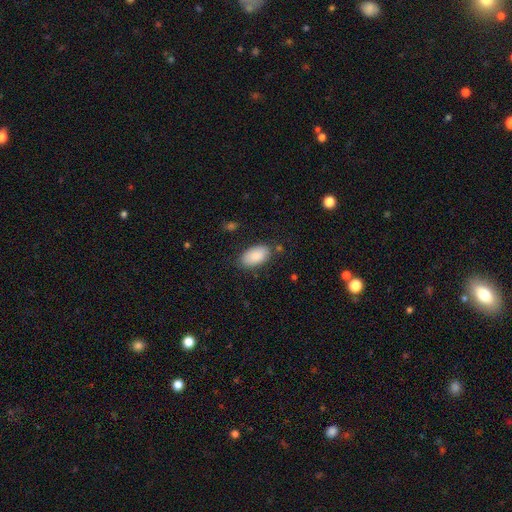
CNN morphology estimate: A smooth galaxy with no disk features (88%) that is in between round and cigar-shaped (95%).

Vote fractions:
- Smooth or featured? smooth: 88% / star or artifact: 6% / featured or disk: 5%
- How rounded? in between: 95% / round: 3% / cigar-shaped: 2%
- Merging? none: 81% / minor disturbance: 13% / major disturbance: 4% / merger: 2%